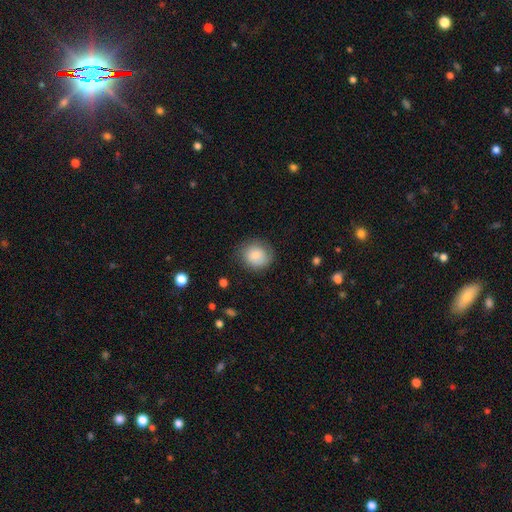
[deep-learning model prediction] The model was most divided on "merging": none: 77%, minor disturbance: 17%, major disturbance: 6%, merger: 1%. More confident: how rounded — round (82%); smooth or featured — smooth (79%).